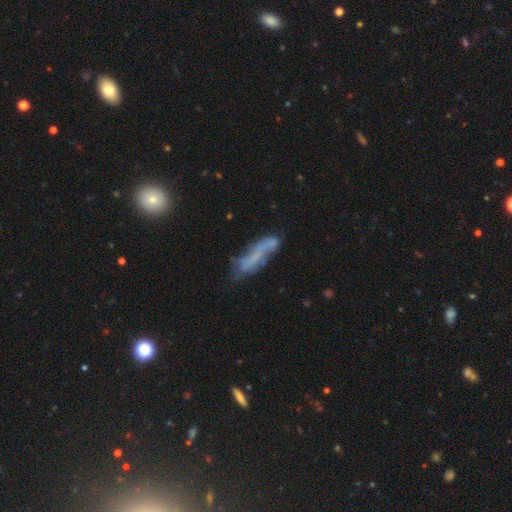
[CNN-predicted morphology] smooth_or_featured: featured or disk (p=0.48) [alt: smooth p=0.42]
merging: none (p=0.48) [alt: minor disturbance p=0.25]